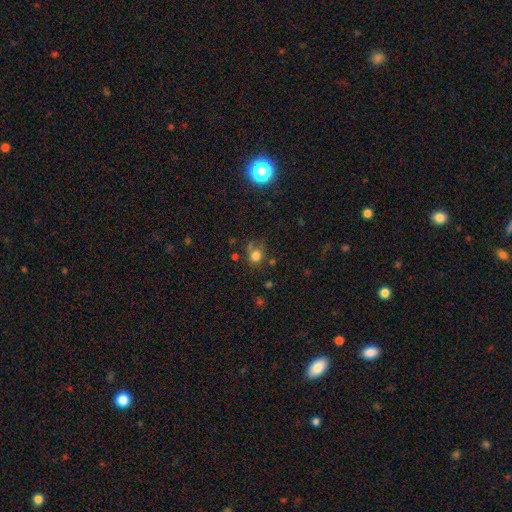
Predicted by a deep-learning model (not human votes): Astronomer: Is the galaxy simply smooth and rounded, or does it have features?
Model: smooth — 74%.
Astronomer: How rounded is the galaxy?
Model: round — 78%.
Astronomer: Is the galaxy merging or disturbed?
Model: none — 56%.